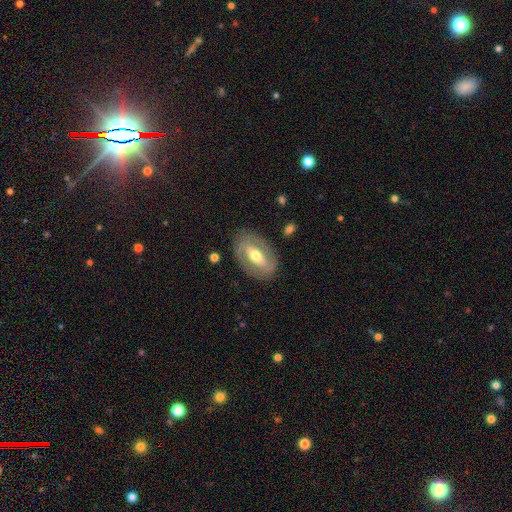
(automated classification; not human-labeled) Overall: featured or disk (68%). Edge-on disk: no (91%). Bar: strong (39%; no 32%). Spiral arms: no (50%, tied with yes). Bulge size: moderate (67%). Merging: none (80%).